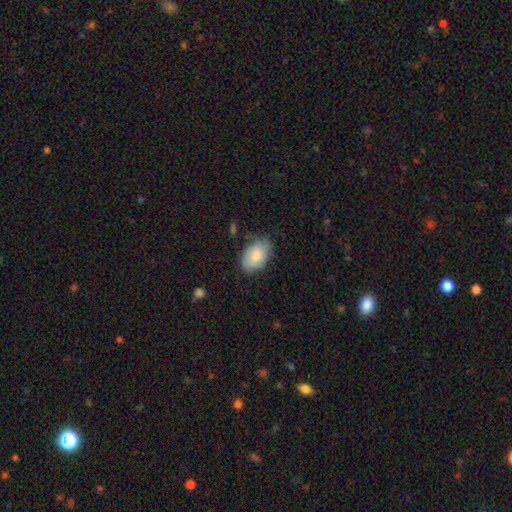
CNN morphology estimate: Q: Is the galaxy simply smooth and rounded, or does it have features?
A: smooth — 80%.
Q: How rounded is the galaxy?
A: in between — 93%.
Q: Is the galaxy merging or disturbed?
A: none — 75%.